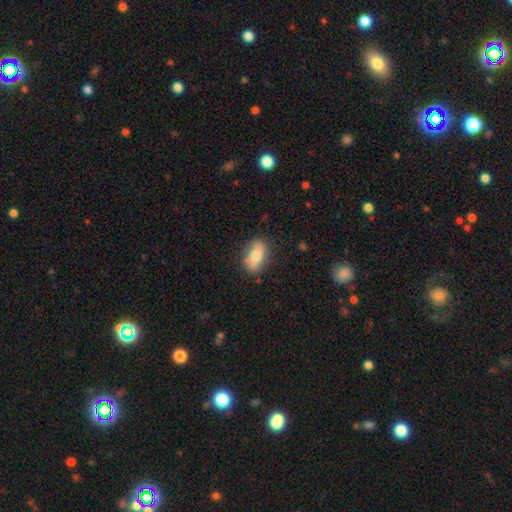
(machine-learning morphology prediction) smooth 77%, featured or disk 17%, star or artifact 7%. Down the decision tree: how rounded — in between (84%); merging — none (80%).